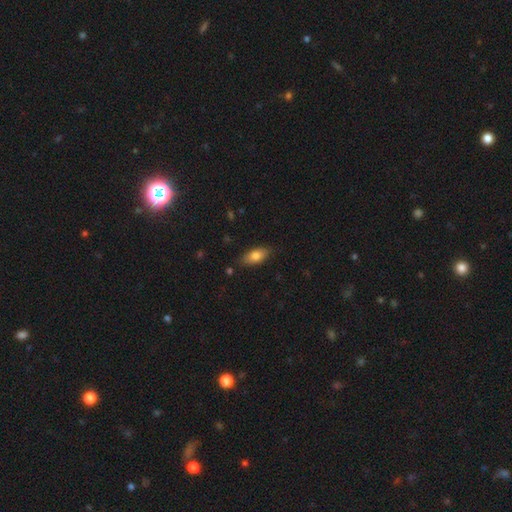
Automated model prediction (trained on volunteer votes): This appears to be a smooth galaxy with no disk features (77%) that is in between round and cigar-shaped (85%). Merging: none (82%).